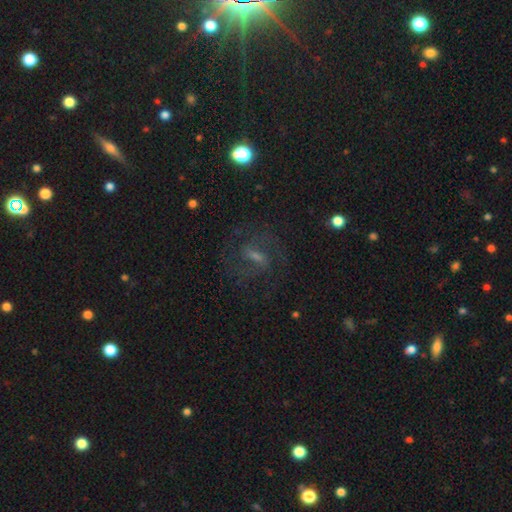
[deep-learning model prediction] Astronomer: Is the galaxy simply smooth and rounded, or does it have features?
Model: featured or disk — 68%.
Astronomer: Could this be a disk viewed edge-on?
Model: no — 95%.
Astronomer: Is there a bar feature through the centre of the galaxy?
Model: weak — 49% (runner-up: strong, 35%).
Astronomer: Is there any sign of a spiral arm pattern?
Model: yes — 87%.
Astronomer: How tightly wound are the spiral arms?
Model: medium — 55%.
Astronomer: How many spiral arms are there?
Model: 2 — 77%.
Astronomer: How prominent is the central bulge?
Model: small — 43% (runner-up: moderate, 34%).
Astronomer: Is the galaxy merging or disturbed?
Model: none — 71%.